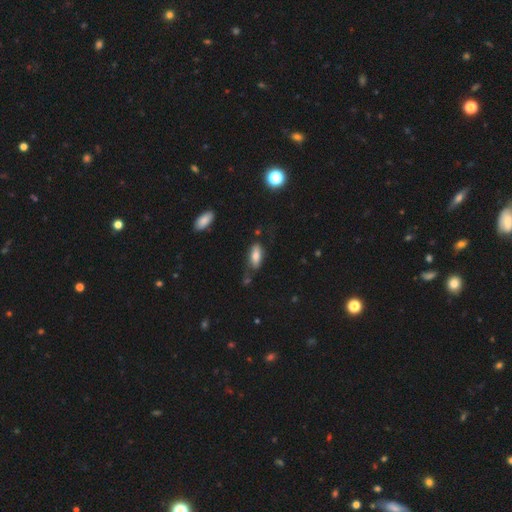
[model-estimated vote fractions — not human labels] Smooth or featured?
  - smooth: 73% *
  - featured or disk: 19%
  - star or artifact: 8%
How rounded?
  - in between: 81% *
  - cigar-shaped: 17%
  - round: 3%
Merging?
  - none: 58% *
  - minor disturbance: 27%
  - major disturbance: 10%
  - merger: 5%